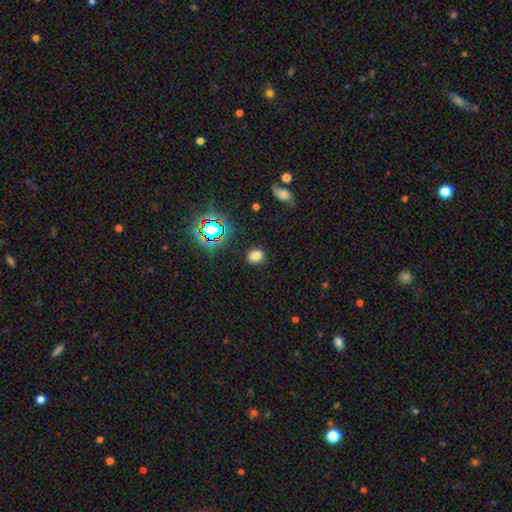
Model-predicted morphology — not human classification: type=smooth (74%); roundness=in between (58%); merging=none (86%).